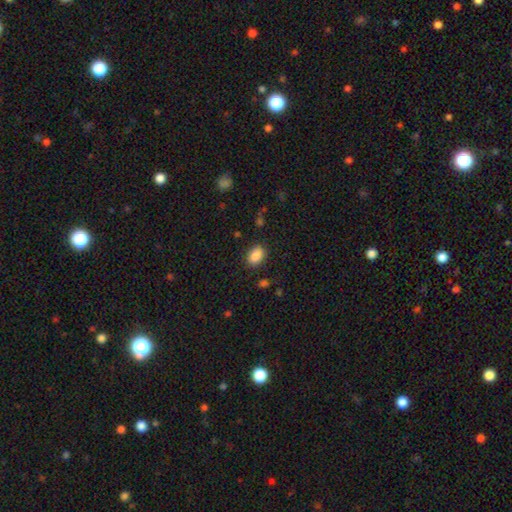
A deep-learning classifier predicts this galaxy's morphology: type=smooth (88%); roundness=in between (84%); merging=none (84%).